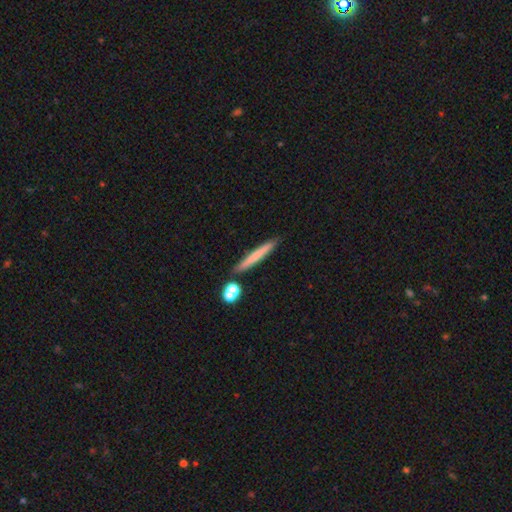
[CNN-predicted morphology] A smooth galaxy with no disk features (63%) that is cigar-shaped (95%). Merging: none (84%).